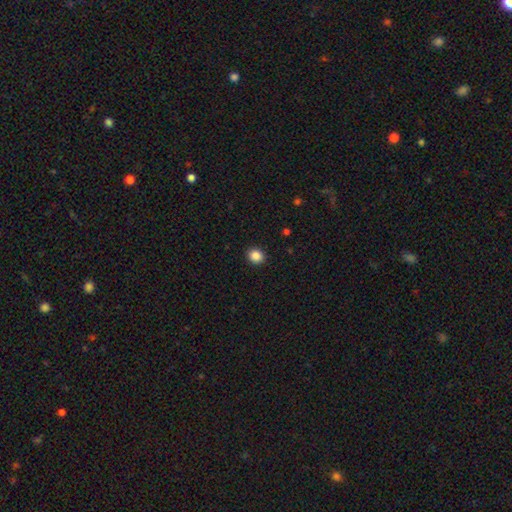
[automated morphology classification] Smooth or featured? smooth (87%)
How rounded? round (74%)
Merging? none (91%)